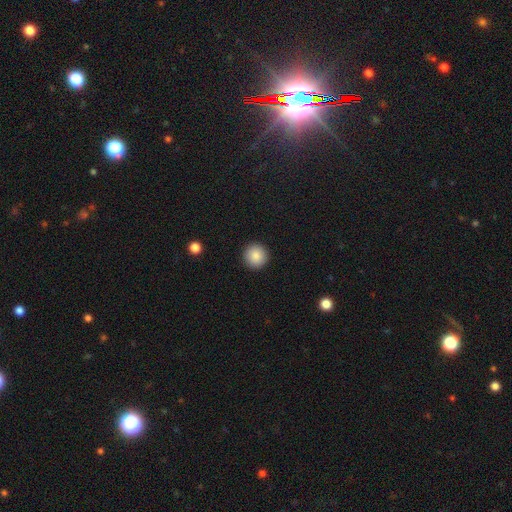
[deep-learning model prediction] Smooth or featured? smooth (87%)
How rounded? round (95%)
Merging? none (93%)